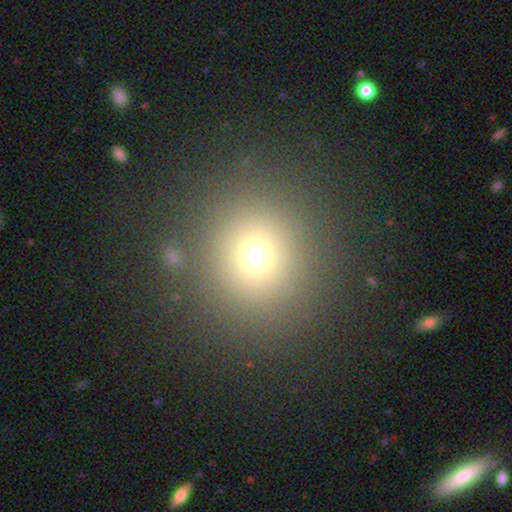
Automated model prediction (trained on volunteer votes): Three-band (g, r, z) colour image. It shows a smooth galaxy with no disk features (69%) that is round (91%). Merging: none (86%).